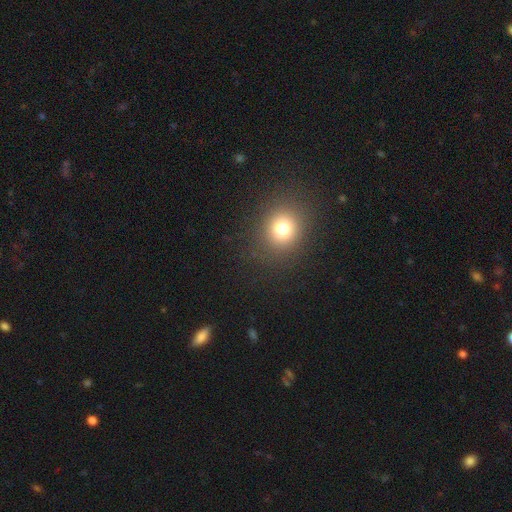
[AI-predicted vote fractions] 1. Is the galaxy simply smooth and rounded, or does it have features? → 71% smooth, 23% star or artifact, 6% featured or disk.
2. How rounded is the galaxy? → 75% round, 24% in between, 1% cigar-shaped.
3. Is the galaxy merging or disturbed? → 91% none, 6% minor disturbance, 2% major disturbance, 1% merger.